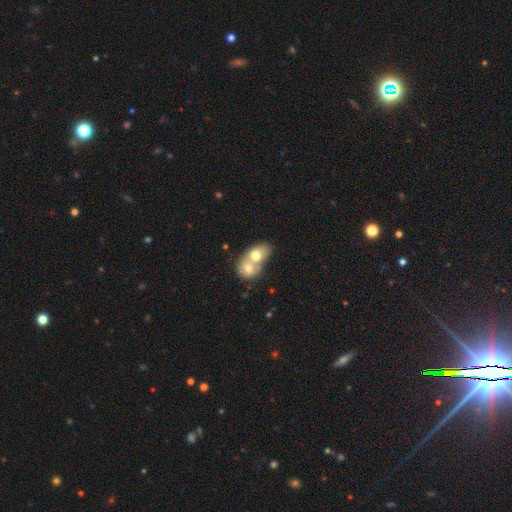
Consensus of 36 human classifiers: Smooth or featured? smooth (58%)
How rounded? in between (52%)
Merging? merger (91%)